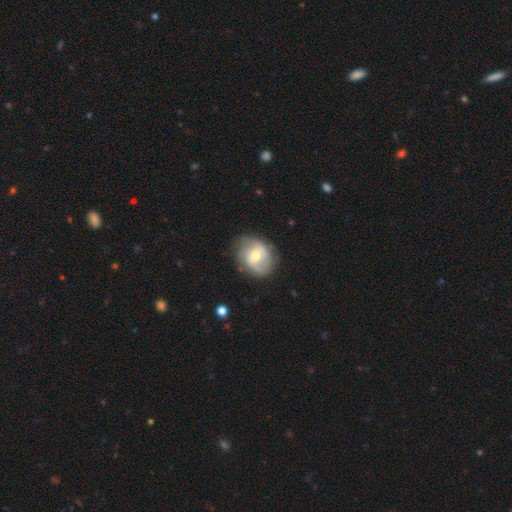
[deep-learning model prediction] Morphology: type=featured or disk (59%); edge-on=no (96%); bar=no (50%); spiral arms=yes (76%); bulge=moderate (66%); merging=none (70%).